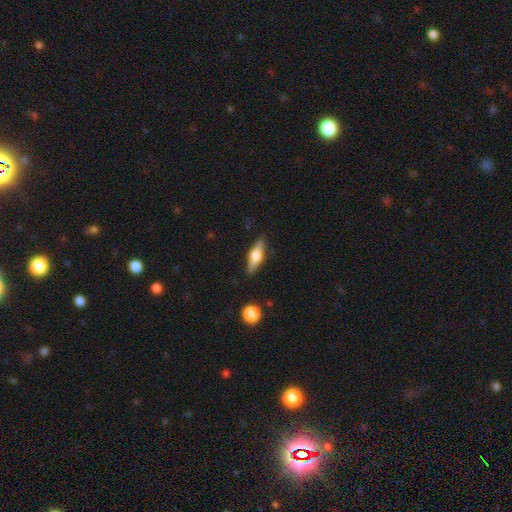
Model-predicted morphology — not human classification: This is possibly a featured or disk galaxy (53%). It is clearly viewed edge-on (93%). Merging: clearly none (87%).